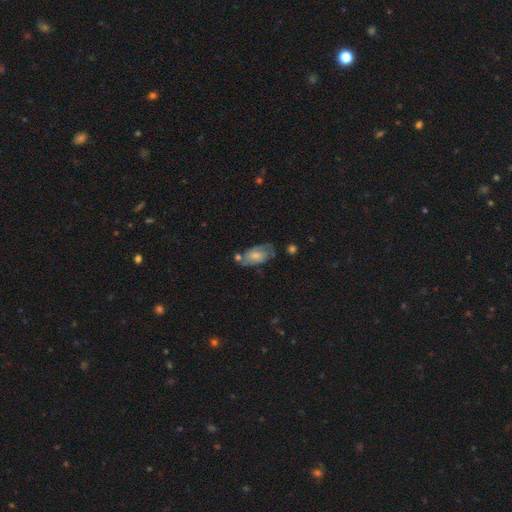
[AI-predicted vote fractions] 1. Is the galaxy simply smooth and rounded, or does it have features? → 53% smooth, 40% featured or disk, 7% star or artifact.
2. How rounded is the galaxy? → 90% in between, 6% cigar-shaped, 4% round.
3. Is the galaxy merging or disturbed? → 52% none, 27% minor disturbance, 10% major disturbance, 10% merger.